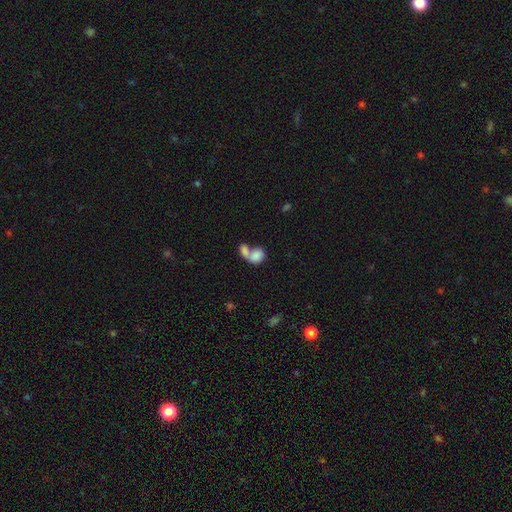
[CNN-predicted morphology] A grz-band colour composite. It shows a smooth galaxy with no disk features (79%) that is in between round and cigar-shaped (63%). Merging: merger (72%).